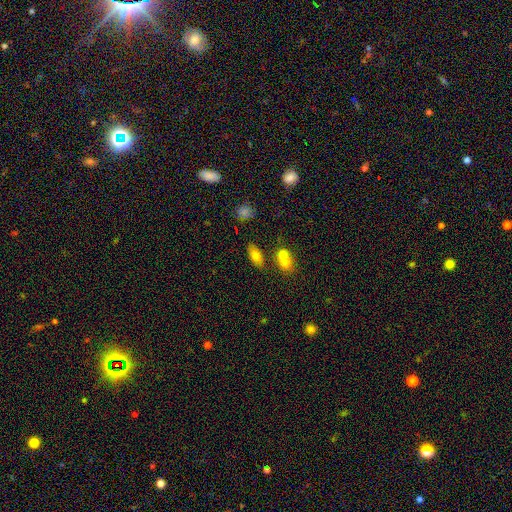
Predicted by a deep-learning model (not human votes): Smooth or featured: smooth — 72% (featured or disk — 17%)
How rounded: in between — 83% (cigar-shaped — 11%)
Merging: none — 63% (merger — 22%)